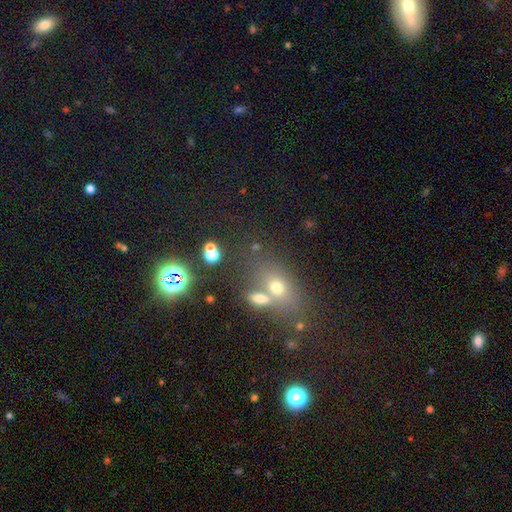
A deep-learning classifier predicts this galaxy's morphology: Smooth or featured: smooth — 48% (star or artifact — 35%)
Merging: none — 54% (merger — 28%)